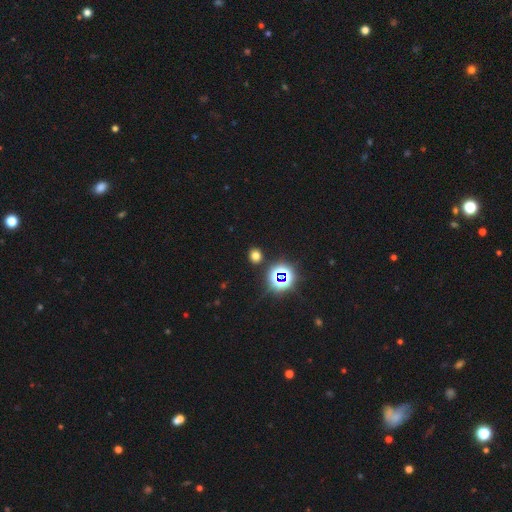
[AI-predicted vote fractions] Smooth or featured: smooth — 64% (star or artifact — 29%)
How rounded: round — 73% (in between — 26%)
Merging: none — 88% (minor disturbance — 7%)